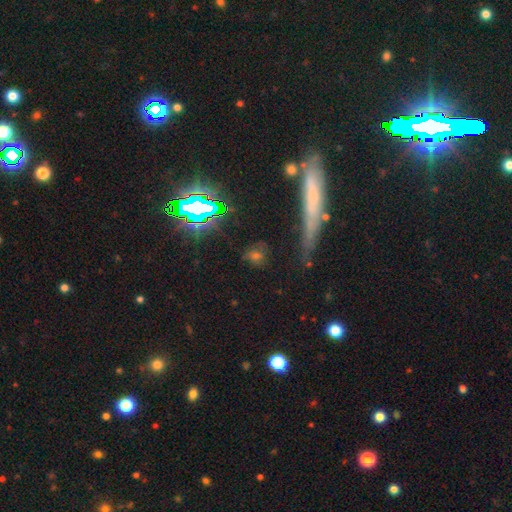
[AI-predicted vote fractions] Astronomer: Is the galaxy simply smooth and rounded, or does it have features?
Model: smooth — 51% (runner-up: star or artifact, 35%).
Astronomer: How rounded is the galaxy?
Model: round — 56%.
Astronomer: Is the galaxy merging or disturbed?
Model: none — 74%.